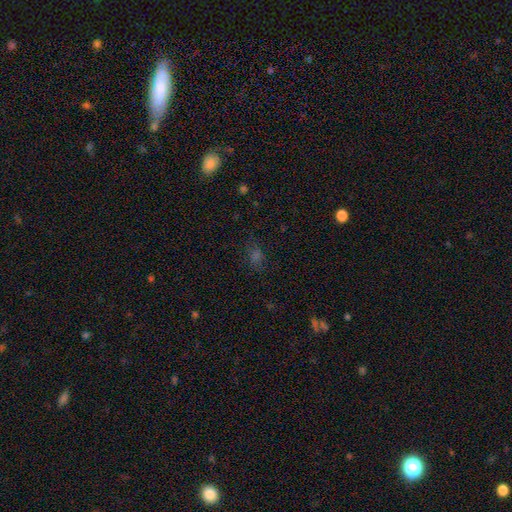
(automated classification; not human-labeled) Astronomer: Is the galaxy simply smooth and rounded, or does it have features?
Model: smooth — 52% (runner-up: star or artifact, 36%).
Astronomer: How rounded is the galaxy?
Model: in between — 54% (runner-up: round, 43%).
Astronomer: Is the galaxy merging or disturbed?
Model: none — 76%.